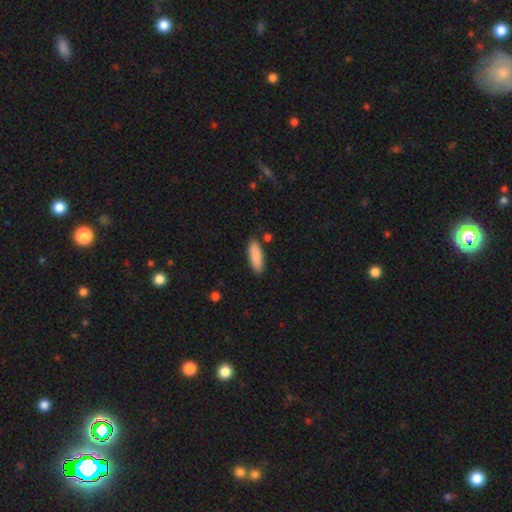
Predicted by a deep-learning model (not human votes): This appears to be a smooth galaxy with no disk features (88%) that is in between round and cigar-shaped (57%). Merging: none (85%).